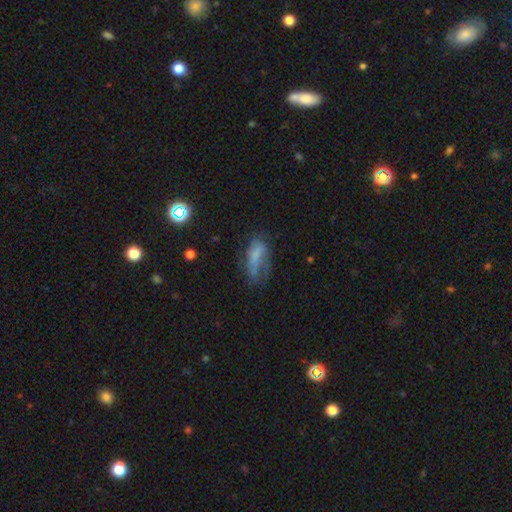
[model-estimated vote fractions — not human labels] Smooth or featured? smooth (56%)
How rounded? in between (78%)
Merging? none (36%)